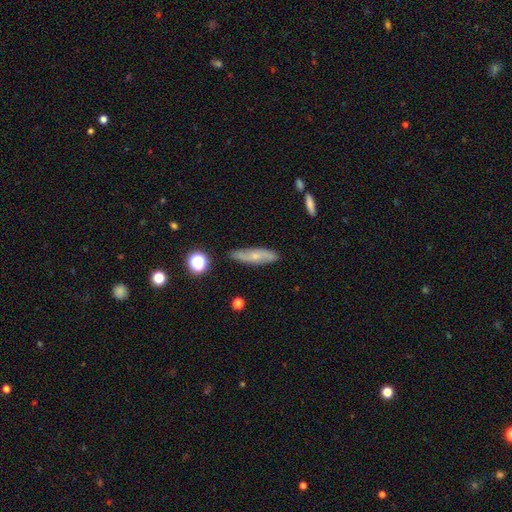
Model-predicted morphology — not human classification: featured or disk 49%, smooth 43%, star or artifact 8%. Down the decision tree: merging — none (82%).